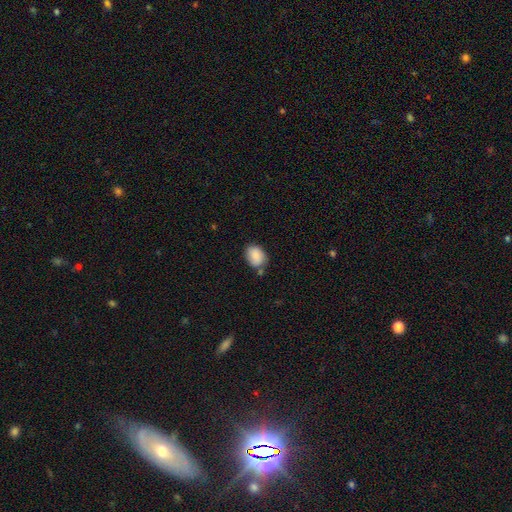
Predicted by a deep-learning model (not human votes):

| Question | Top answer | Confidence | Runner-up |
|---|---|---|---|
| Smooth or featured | smooth | 87% | star or artifact (7%) |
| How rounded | in between | 67% | round (32%) |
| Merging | none | 68% | minor disturbance (19%) |